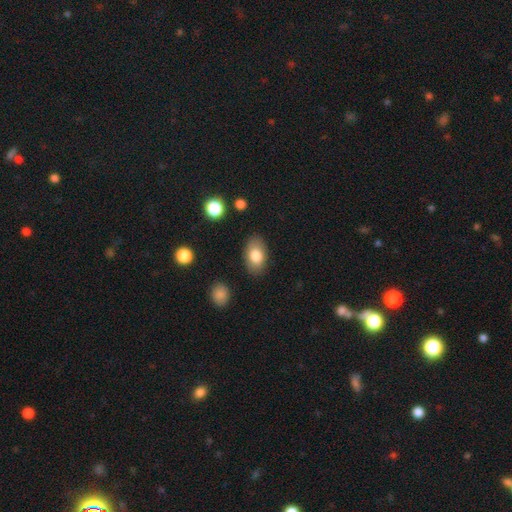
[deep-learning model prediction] The model was most divided on "smooth or featured": smooth: 80%, featured or disk: 13%, star or artifact: 7%. More confident: how rounded — in between (91%); merging — none (85%).